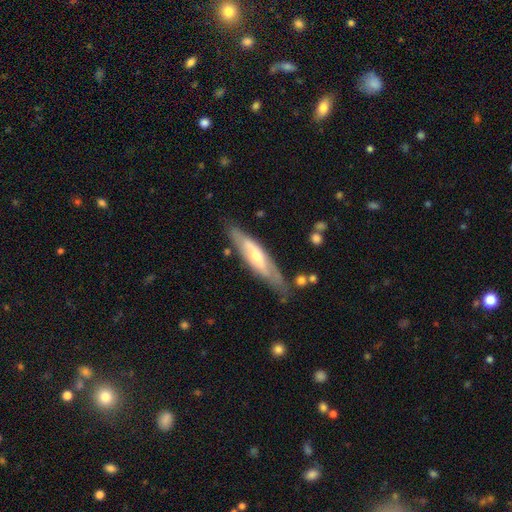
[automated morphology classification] Smooth or featured? Predicted: featured or disk (p=0.60). Edge-on disk? Predicted: yes (p=0.56). Merging? Predicted: none (p=0.75).